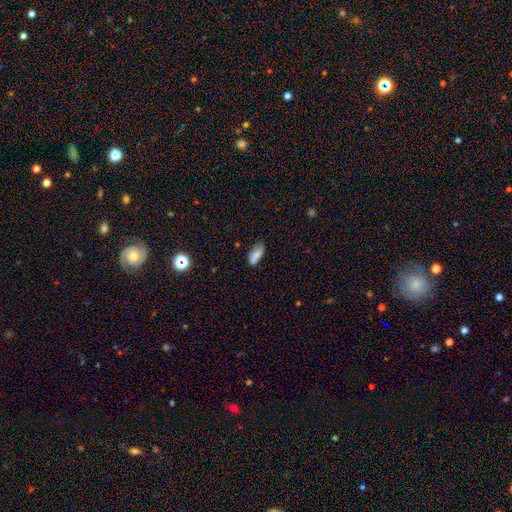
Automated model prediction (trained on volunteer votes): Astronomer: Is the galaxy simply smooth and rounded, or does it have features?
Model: smooth — 74%.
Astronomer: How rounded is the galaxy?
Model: in between — 86%.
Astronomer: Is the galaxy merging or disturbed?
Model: none — 56%.